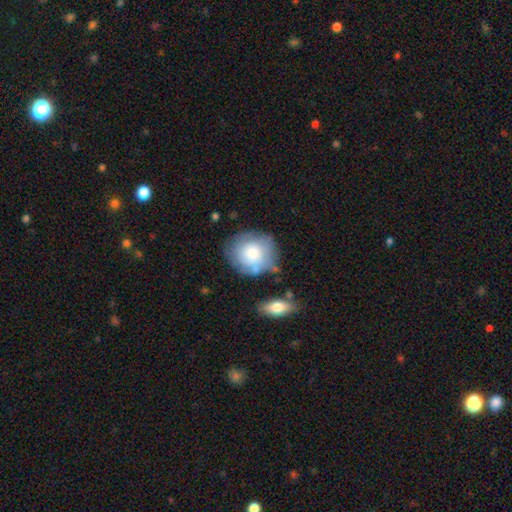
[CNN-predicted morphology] This appears to be a smooth galaxy with no disk features (66%) that is round (84%). Merging: none (62%).